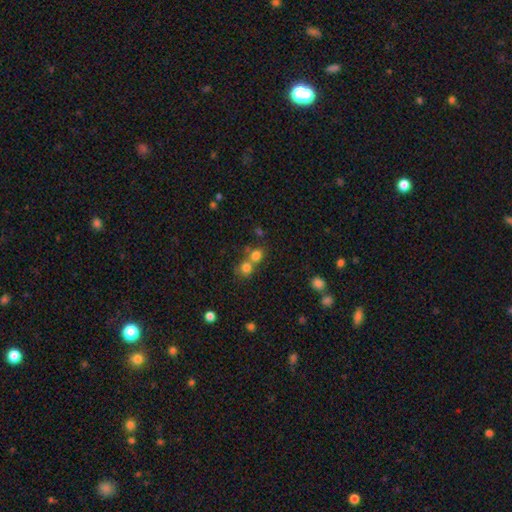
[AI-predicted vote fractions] Overall: smooth (77%). How rounded: round (81%). Merging: merger (48%; none 44%).